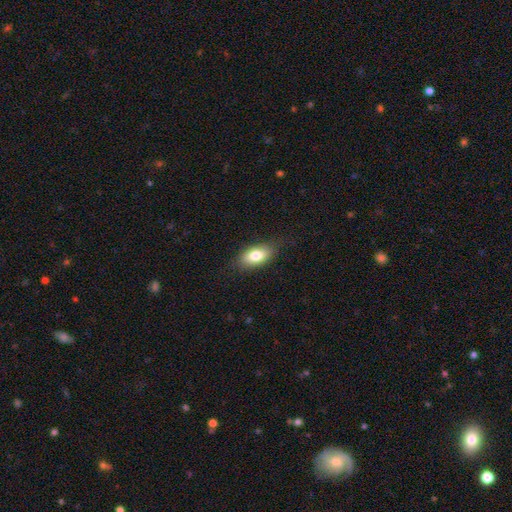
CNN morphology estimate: Smooth or featured: smooth — 78% (featured or disk — 15%)
How rounded: in between — 89% (round — 6%)
Merging: none — 81% (minor disturbance — 15%)